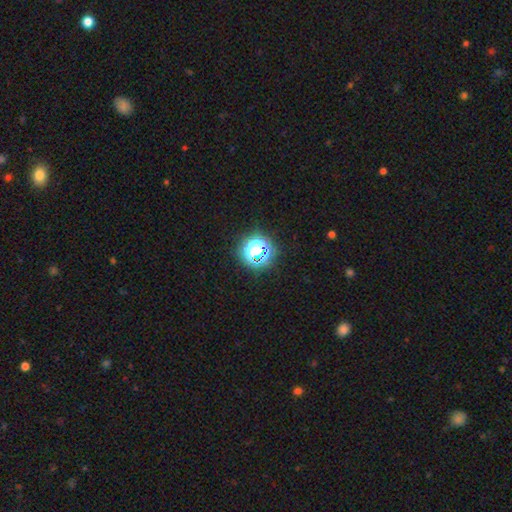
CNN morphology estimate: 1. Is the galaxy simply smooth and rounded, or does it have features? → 69% star or artifact, 23% smooth, 7% featured or disk.